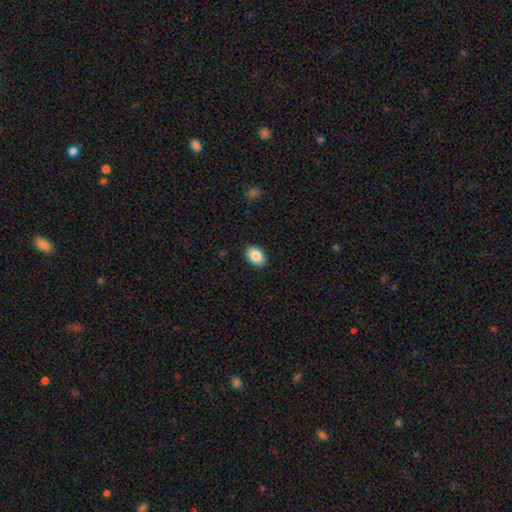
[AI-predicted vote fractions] This is clearly a smooth galaxy (88%). How rounded: clearly in between (89%). Merging: clearly none (90%).